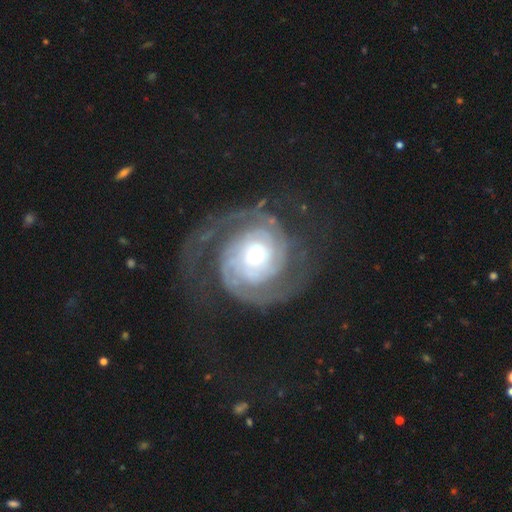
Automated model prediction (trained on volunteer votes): smooth-or-featured: featured or disk: 91% | smooth: 4% | star or artifact: 4%
  disk-edge-on: no: 98% | yes: 2%
    bar: no: 73% | weak: 19% | strong: 8%
    has-spiral-arms: yes: 98% | no: 2%
      spiral-winding: tight: 66% | medium: 28% | loose: 7%
      spiral-arm-count: 2: 67% | 3: 11% | can't tell: 8% | 4: 5% | 1: 4% | more than 4: 4%
    bulge-size: moderate: 45% | small: 41% | large: 10% | dominant: 2% | none: 1%
  merging: none: 68% | major disturbance: 16% | minor disturbance: 14% | merger: 2%